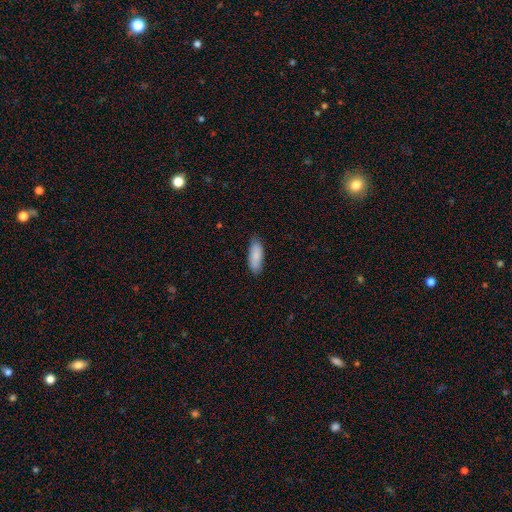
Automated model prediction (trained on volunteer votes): smooth_or_featured: smooth (p=0.86) [alt: featured or disk p=0.08]
how_rounded: in between (p=0.77) [alt: cigar-shaped p=0.22]
merging: none (p=0.82) [alt: minor disturbance p=0.14]